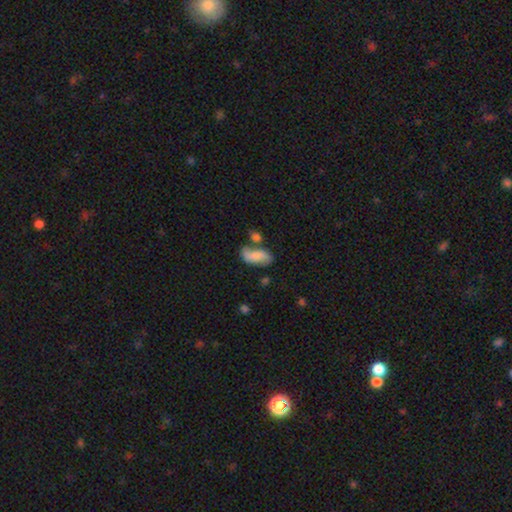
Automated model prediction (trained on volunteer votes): Smooth or featured?
  - smooth: 55% *
  - featured or disk: 36%
  - star or artifact: 8%
How rounded?
  - in between: 88% *
  - cigar-shaped: 8%
  - round: 4%
Merging?
  - none: 44% *
  - merger: 25%
  - minor disturbance: 21%
  - major disturbance: 10%